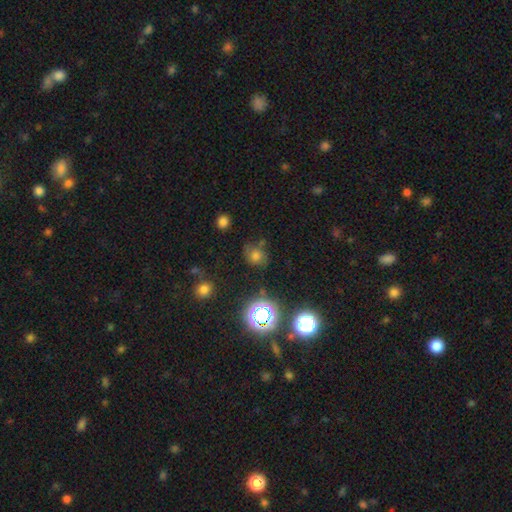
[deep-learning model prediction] The model was most divided on "smooth or featured": smooth: 58%, star or artifact: 28%, featured or disk: 14%. More confident: how rounded — round (70%); merging — none (64%).